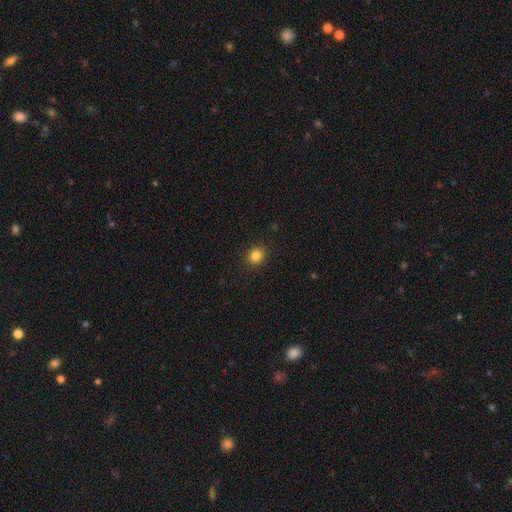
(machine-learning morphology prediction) This is clearly a smooth galaxy (84%). How rounded: clearly round (85%). Merging: clearly none (92%).